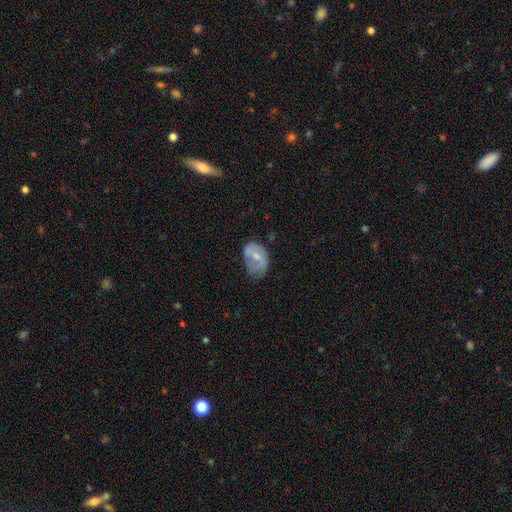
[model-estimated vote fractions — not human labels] Morphology: type=featured or disk (51%); edge-on=no (96%); merging=minor disturbance (39%).